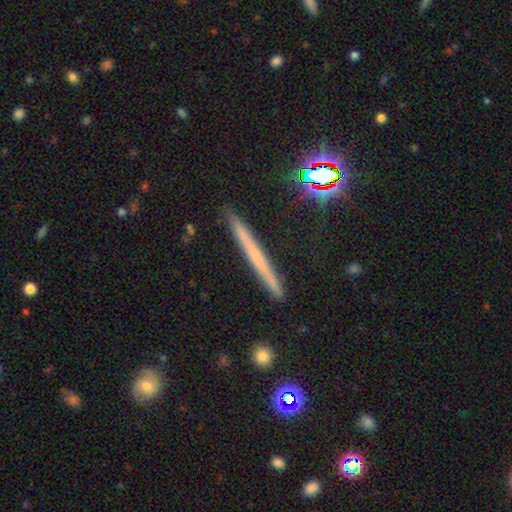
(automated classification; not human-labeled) Smooth or featured: featured or disk — 45% (smooth — 43%)
Merging: none — 91% (minor disturbance — 7%)